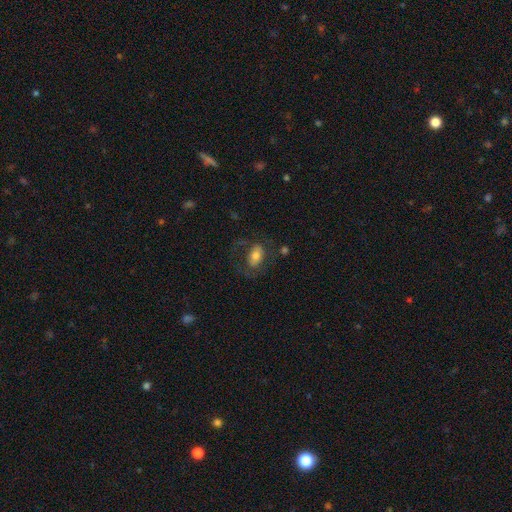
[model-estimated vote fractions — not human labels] Morphology: type=smooth (64%); roundness=in between (86%); merging=none (58%).